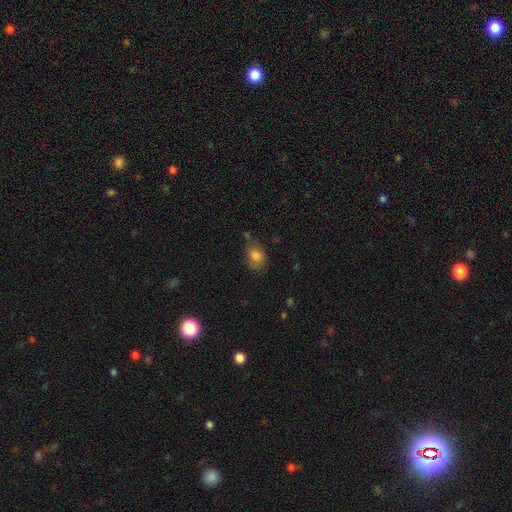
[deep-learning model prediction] smooth-or-featured: smooth: 80% | featured or disk: 11% | star or artifact: 9%
  how-rounded: in between: 69% | round: 30% | cigar-shaped: 1%
  merging: none: 55% | minor disturbance: 28% | major disturbance: 10% | merger: 6%